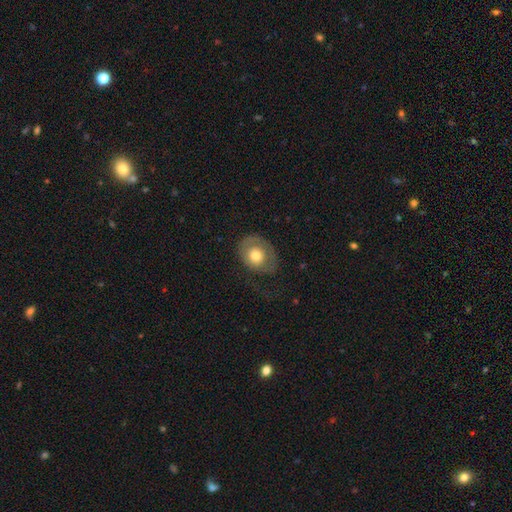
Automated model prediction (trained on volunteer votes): A smooth galaxy with no disk features (57%) that is in between round and cigar-shaped (52%).

Vote fractions:
- Smooth or featured? smooth: 57% / featured or disk: 36% / star or artifact: 7%
- How rounded? in between: 52% / round: 47% / cigar-shaped: 1%
- Merging? none: 56% / minor disturbance: 23% / major disturbance: 19% / merger: 1%